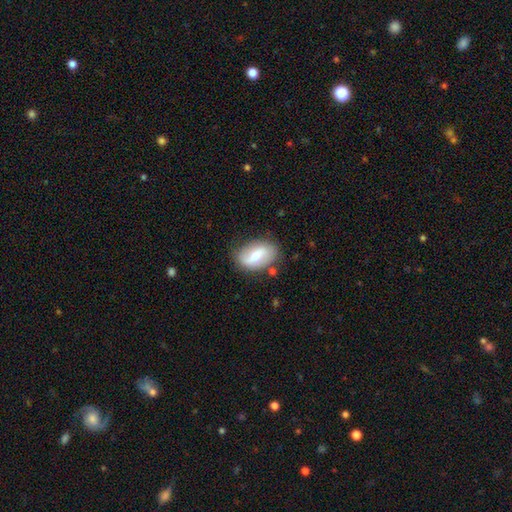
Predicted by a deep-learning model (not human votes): Smooth or featured? Predicted: featured or disk (p=0.51). Edge-on disk? Predicted: no (p=0.94). Merging? Predicted: none (p=0.79).